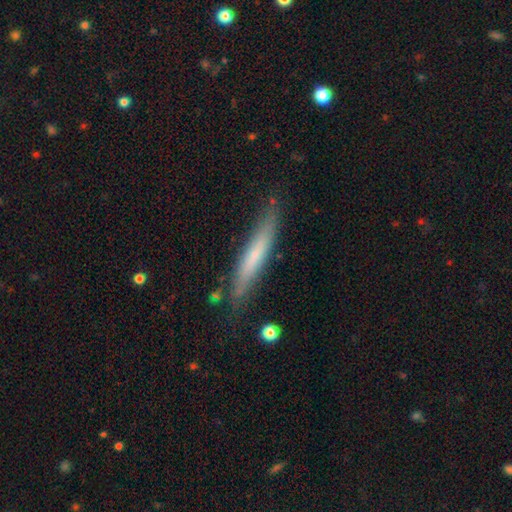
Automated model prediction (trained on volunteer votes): Smooth or featured: smooth — 57% (featured or disk — 37%)
How rounded: cigar-shaped — 92% (in between — 7%)
Merging: none — 77% (minor disturbance — 17%)